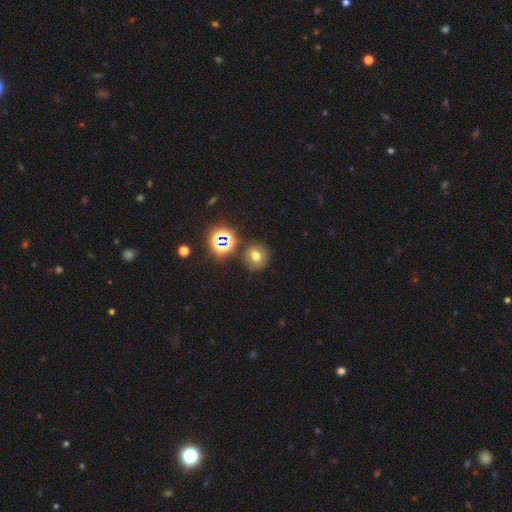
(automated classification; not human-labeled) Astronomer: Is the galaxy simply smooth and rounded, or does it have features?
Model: smooth — 63%.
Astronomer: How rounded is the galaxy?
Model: round — 79%.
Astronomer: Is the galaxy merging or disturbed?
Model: none — 80%.